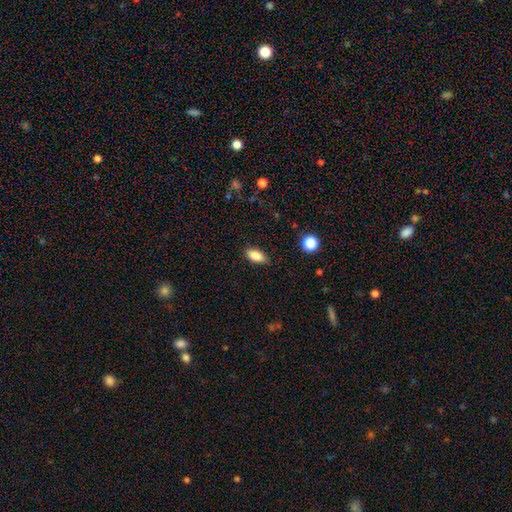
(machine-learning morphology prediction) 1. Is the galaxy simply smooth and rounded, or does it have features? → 86% smooth, 8% star or artifact, 6% featured or disk.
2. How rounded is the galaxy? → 89% in between, 8% cigar-shaped, 4% round.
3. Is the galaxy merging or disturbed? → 84% none, 12% minor disturbance, 3% major disturbance, 1% merger.